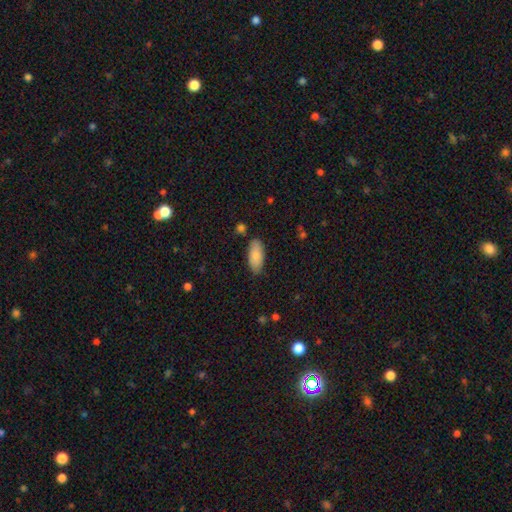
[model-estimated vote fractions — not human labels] smooth-or-featured: smooth: 84% | featured or disk: 10% | star or artifact: 6%
  how-rounded: in between: 88% | cigar-shaped: 10% | round: 2%
  merging: none: 82% | minor disturbance: 13% | major disturbance: 3% | merger: 3%